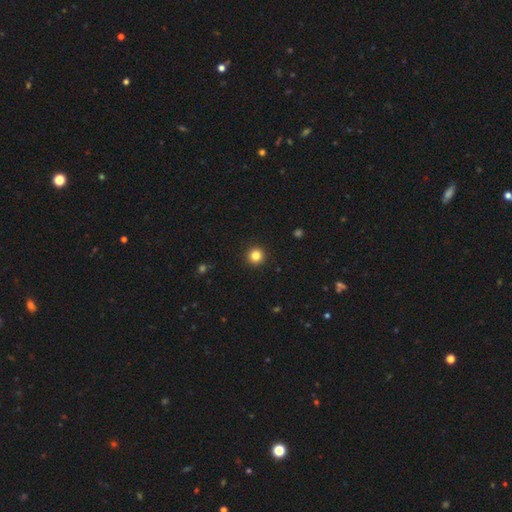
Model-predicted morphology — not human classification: Smooth or featured: smooth — 84% (star or artifact — 12%)
How rounded: round — 96% (in between — 3%)
Merging: none — 93% (minor disturbance — 4%)